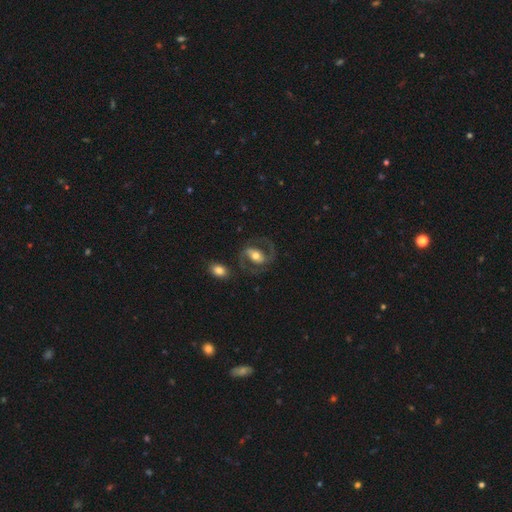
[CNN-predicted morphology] The model was most divided on "bar": strong: 40%, weak: 34%, no: 26%. More confident: edge-on disk — no (96%); spiral arm count — 2 (91%); spiral arms — yes (90%); smooth or featured — featured or disk (79%); merging — none (73%); bulge size — moderate (67%); spiral winding — medium (58%).